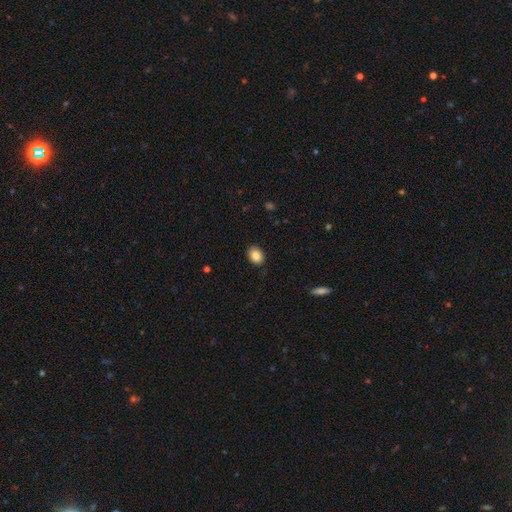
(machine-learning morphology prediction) A smooth galaxy with no disk features (86%) that is in between round and cigar-shaped (68%).

Vote fractions:
- Smooth or featured? smooth: 86% / star or artifact: 8% / featured or disk: 6%
- How rounded? in between: 68% / round: 31% / cigar-shaped: 1%
- Merging? none: 88% / minor disturbance: 9% / major disturbance: 2% / merger: 1%